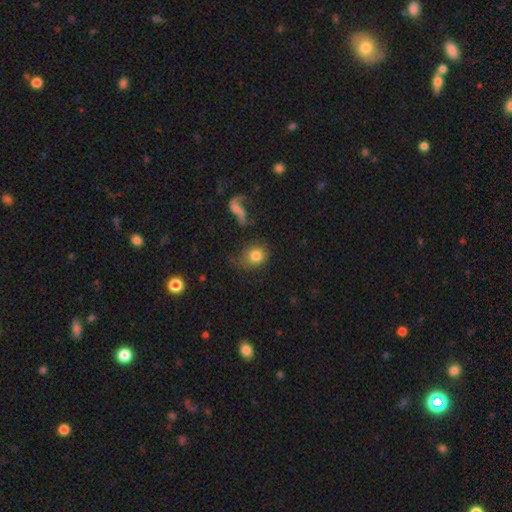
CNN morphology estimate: Smooth or featured?
  - smooth: 79% *
  - featured or disk: 11%
  - star or artifact: 10%
How rounded?
  - round: 68% *
  - in between: 30%
  - cigar-shaped: 2%
Merging?
  - none: 57% *
  - minor disturbance: 22%
  - major disturbance: 13%
  - merger: 8%